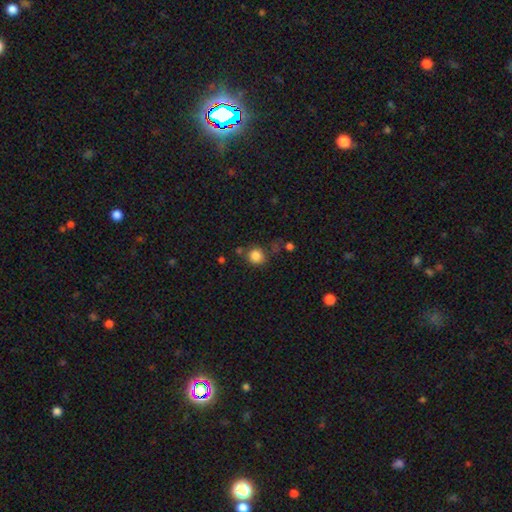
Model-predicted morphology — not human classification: smooth_or_featured: smooth (p=0.84) [alt: star or artifact p=0.11]
how_rounded: round (p=0.86) [alt: in between p=0.13]
merging: none (p=0.70) [alt: minor disturbance p=0.15]